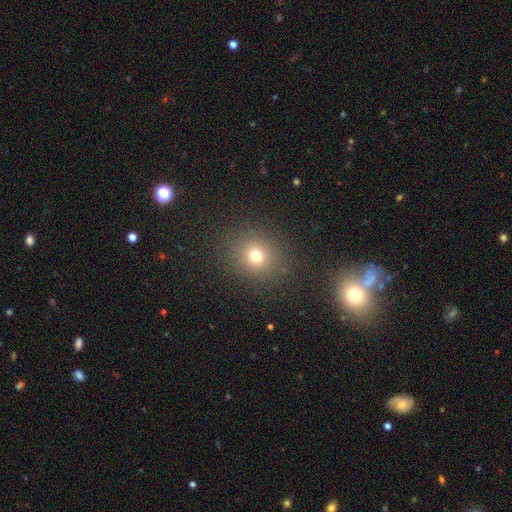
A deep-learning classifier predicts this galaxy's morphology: Q: Smooth or featured?
A: smooth (71%); runner-up: star or artifact (20%)
Q: How rounded?
A: round (82%); runner-up: in between (17%)
Q: Merging?
A: none (87%); runner-up: minor disturbance (8%)